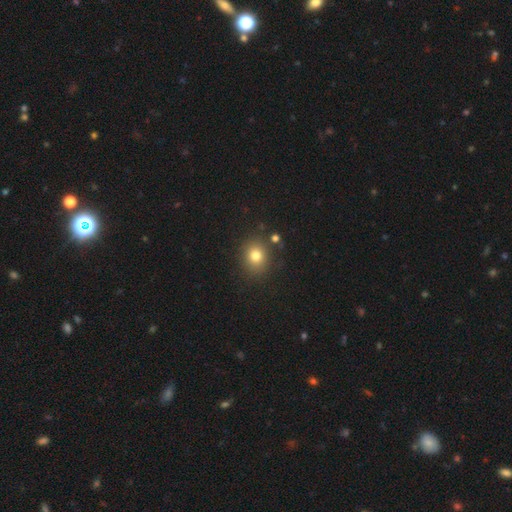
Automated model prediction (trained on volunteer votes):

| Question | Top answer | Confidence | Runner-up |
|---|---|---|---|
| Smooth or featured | smooth | 79% | star or artifact (13%) |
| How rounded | round | 75% | in between (24%) |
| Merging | none | 83% | minor disturbance (9%) |